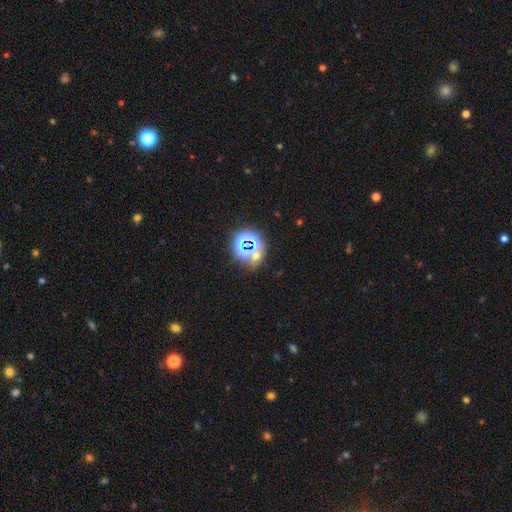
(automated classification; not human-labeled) Smooth or featured? Predicted: star or artifact (p=0.63).